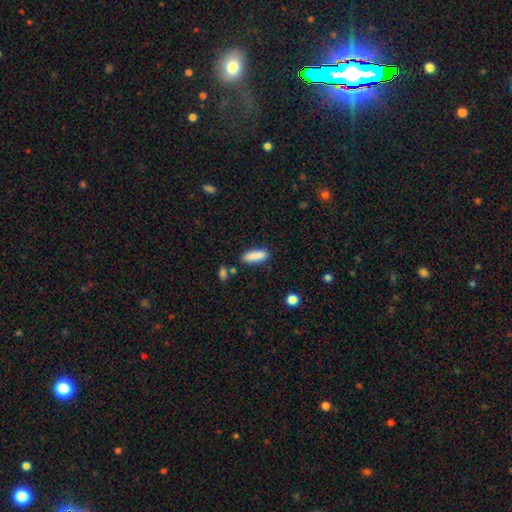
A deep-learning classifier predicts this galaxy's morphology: Q: Smooth or featured?
A: smooth (86%); runner-up: star or artifact (7%)
Q: How rounded?
A: in between (50%); runner-up: cigar-shaped (48%)
Q: Merging?
A: none (78%); runner-up: minor disturbance (14%)